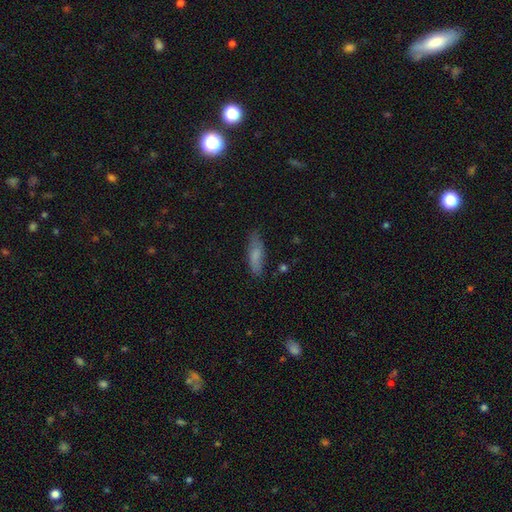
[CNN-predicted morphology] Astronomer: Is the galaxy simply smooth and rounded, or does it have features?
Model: smooth — 76%.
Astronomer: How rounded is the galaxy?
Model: cigar-shaped — 50% (runner-up: in between, 48%).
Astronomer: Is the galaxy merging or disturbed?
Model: none — 75%.